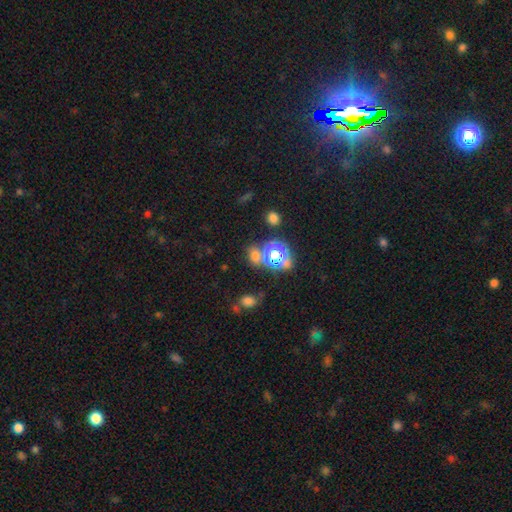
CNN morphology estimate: This appears to be a smooth galaxy with no disk features (56%) that is round (53%). Merging: none (62%).